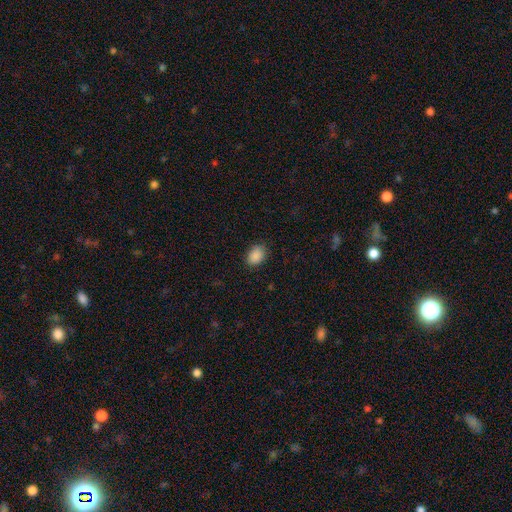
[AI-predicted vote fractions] The model was most divided on "how rounded": in between: 80%, round: 19%, cigar-shaped: 1%. More confident: smooth or featured — smooth (89%); merging — none (84%).